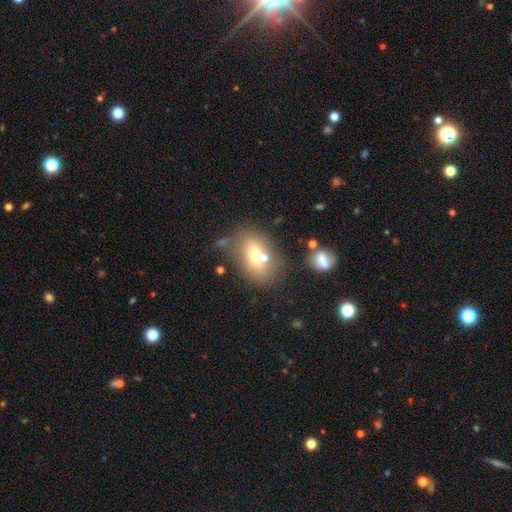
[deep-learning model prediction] Smooth or featured? smooth (65%)
How rounded? in between (70%)
Merging? none (54%)